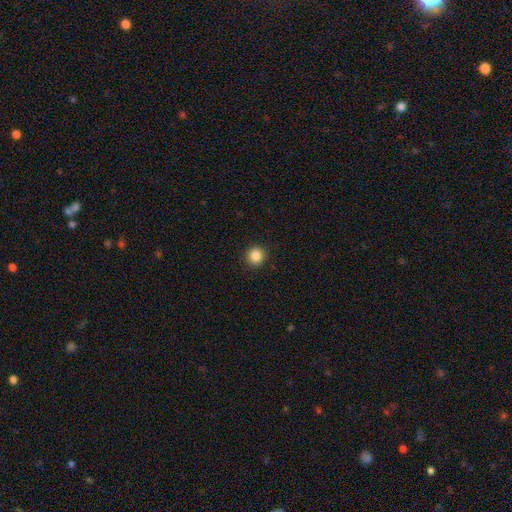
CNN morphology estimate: Q: Smooth or featured?
A: smooth (86%); runner-up: star or artifact (10%)
Q: How rounded?
A: round (93%); runner-up: in between (6%)
Q: Merging?
A: none (92%); runner-up: minor disturbance (6%)